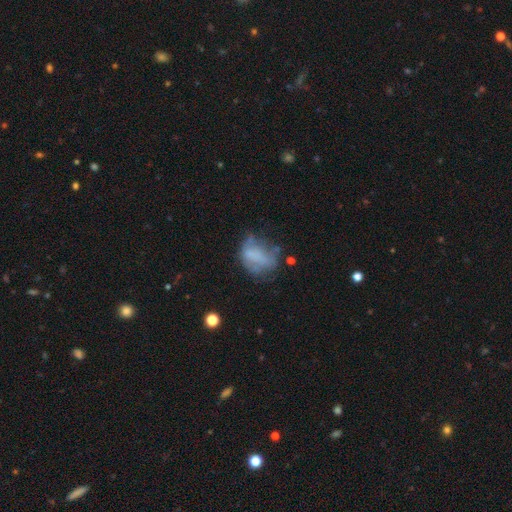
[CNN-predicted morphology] Smooth or featured? smooth (49%)
Merging? none (36%)